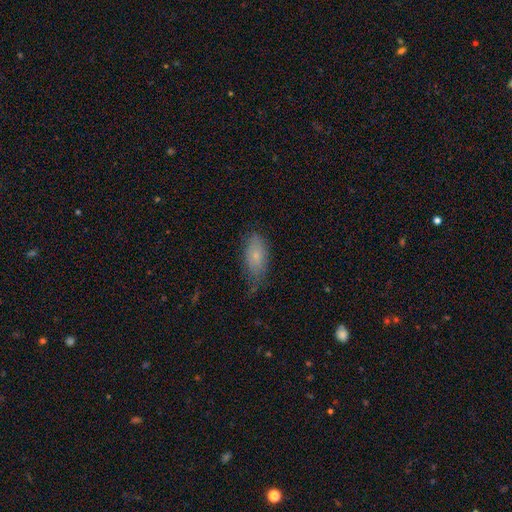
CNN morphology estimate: Smooth or featured? Predicted: smooth (p=0.72). How rounded? Predicted: in between (p=0.86). Merging? Predicted: none (p=0.59).